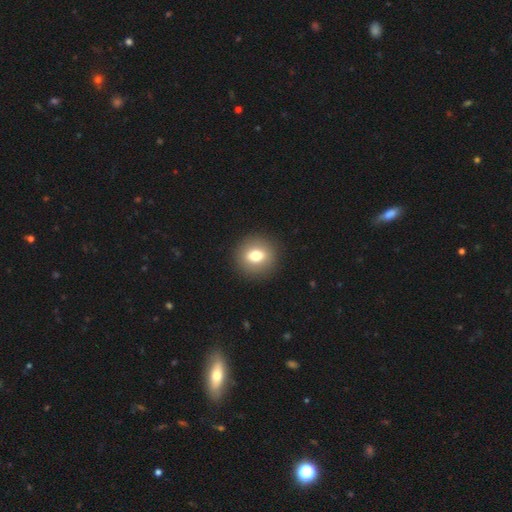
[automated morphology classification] Smooth or featured?
  - smooth: 74% *
  - featured or disk: 16%
  - star or artifact: 10%
How rounded?
  - round: 82% *
  - in between: 17%
  - cigar-shaped: 1%
Merging?
  - none: 91% *
  - minor disturbance: 6%
  - major disturbance: 2%
  - merger: 1%